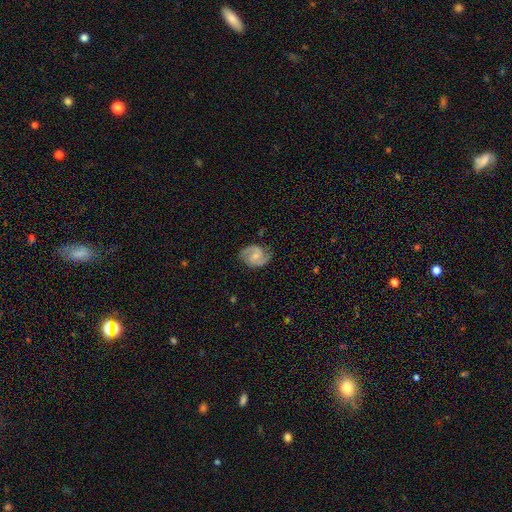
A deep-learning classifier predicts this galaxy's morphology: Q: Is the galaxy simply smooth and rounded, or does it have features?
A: featured or disk — 86%.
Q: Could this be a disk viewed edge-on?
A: no — 98%.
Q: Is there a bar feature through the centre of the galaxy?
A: weak — 51%.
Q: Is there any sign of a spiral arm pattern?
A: yes — 97%.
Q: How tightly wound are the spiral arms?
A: medium — 57%.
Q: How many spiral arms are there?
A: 2 — 93%.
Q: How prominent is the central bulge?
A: small — 57%.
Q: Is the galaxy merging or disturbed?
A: none — 81%.